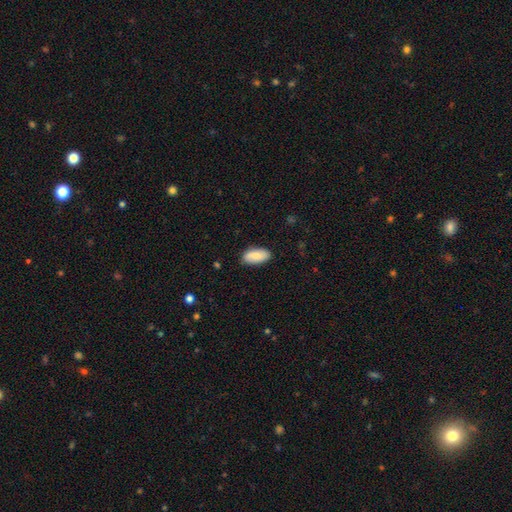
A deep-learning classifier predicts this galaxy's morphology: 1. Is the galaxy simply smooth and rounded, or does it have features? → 82% smooth, 12% featured or disk, 6% star or artifact.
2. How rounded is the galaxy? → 92% in between, 6% cigar-shaped, 2% round.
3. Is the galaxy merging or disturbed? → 85% none, 12% minor disturbance, 2% major disturbance, 1% merger.